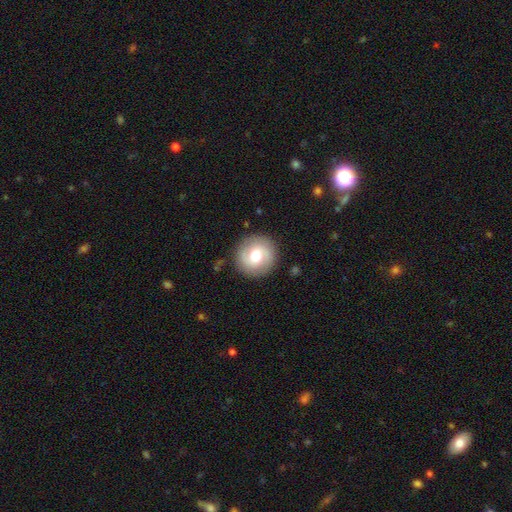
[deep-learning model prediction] The model was most divided on "smooth or featured": smooth: 47%, featured or disk: 45%, star or artifact: 7%. More confident: merging — none (88%).